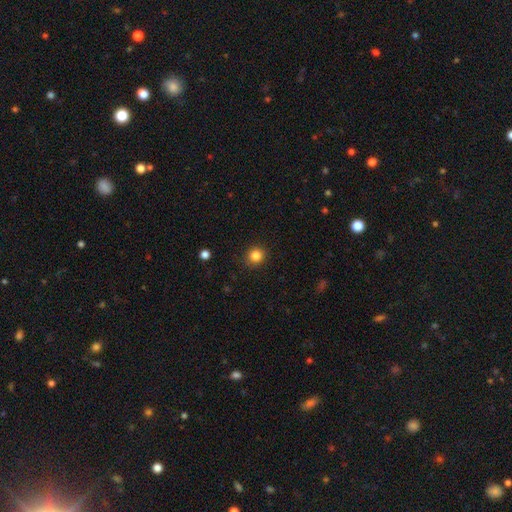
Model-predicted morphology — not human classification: The model was most divided on "smooth or featured": smooth: 84%, star or artifact: 12%, featured or disk: 5%. More confident: how rounded — round (91%); merging — none (89%).